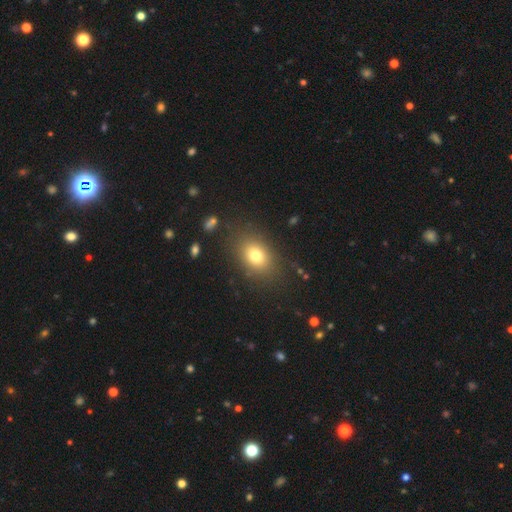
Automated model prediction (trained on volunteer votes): A smooth galaxy with no disk features (76%) that is in between round and cigar-shaped (66%). Merging: none (83%).